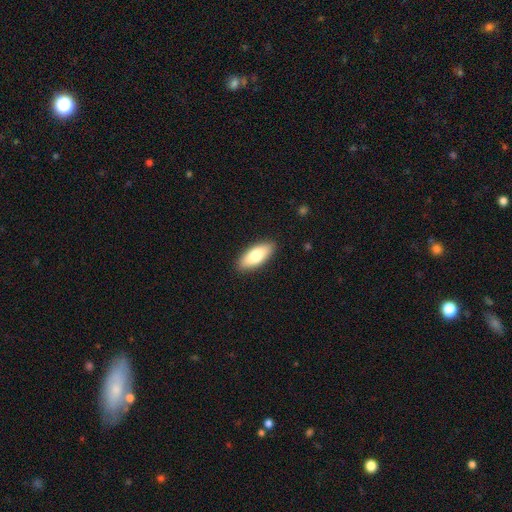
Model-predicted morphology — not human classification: smooth 78%, featured or disk 16%, star or artifact 6%. Down the decision tree: how rounded — in between (82%); merging — none (89%).